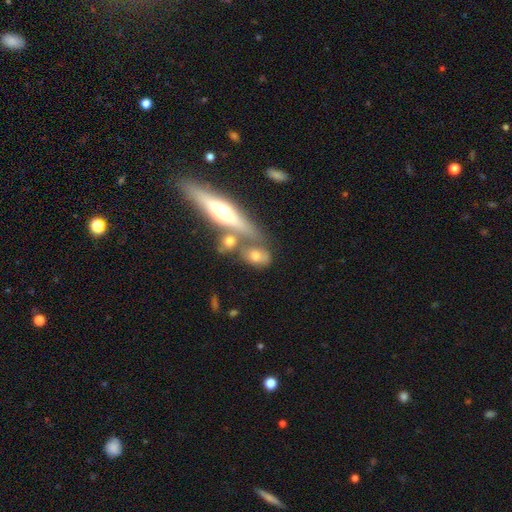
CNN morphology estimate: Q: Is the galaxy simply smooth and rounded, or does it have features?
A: smooth — 58%.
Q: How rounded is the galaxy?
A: in between — 66%.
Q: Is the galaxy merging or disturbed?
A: none — 46%.